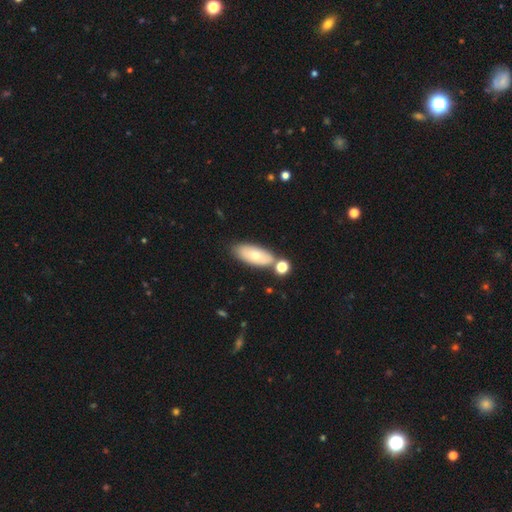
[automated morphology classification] This appears to be a smooth galaxy with no disk features (69%) that is in between round and cigar-shaped (82%). Merging: none (67%).